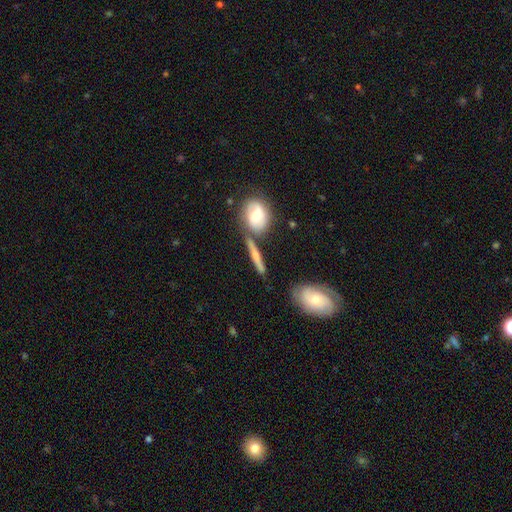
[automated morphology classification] This is possibly a smooth galaxy (46%, tied with featured or disk). Merging: likely none (67%).